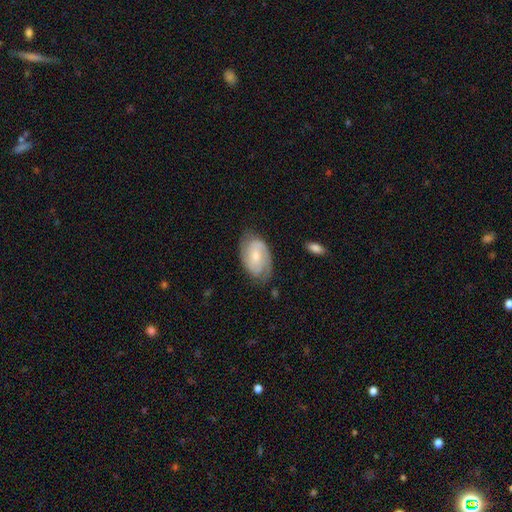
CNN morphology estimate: featured or disk 70%, smooth 24%, star or artifact 6%. Down the decision tree: edge-on disk — no (96%); bar — weak (45%); spiral arms — yes (93%); spiral arm count — 2 (76%); spiral winding — tight (47%); bulge size — small (53%); merging — none (72%).